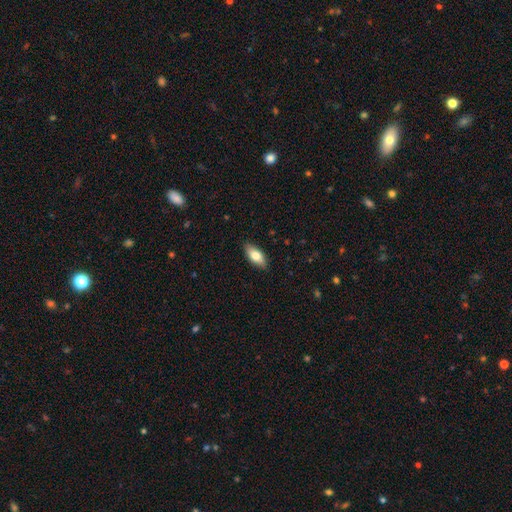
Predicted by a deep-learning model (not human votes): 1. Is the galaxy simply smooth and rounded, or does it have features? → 76% smooth, 18% featured or disk, 6% star or artifact.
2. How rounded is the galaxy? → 85% in between, 13% cigar-shaped, 3% round.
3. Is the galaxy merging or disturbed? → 87% none, 10% minor disturbance, 2% major disturbance, 1% merger.